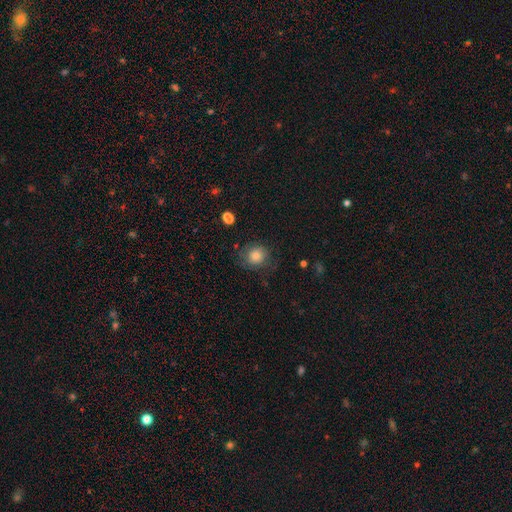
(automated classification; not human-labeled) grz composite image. It shows a smooth galaxy with no disk features (76%) that is round (85%). Merging: none (72%).